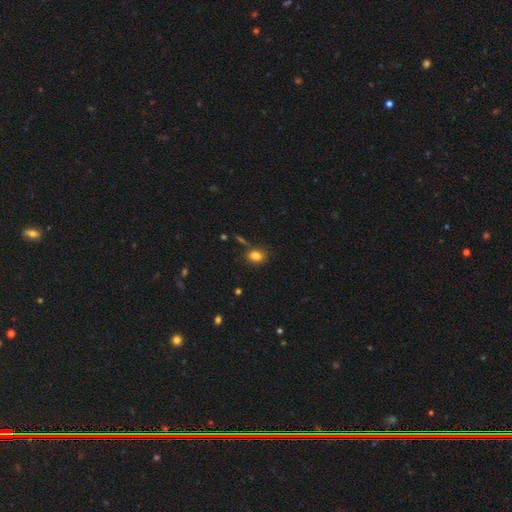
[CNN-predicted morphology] Smooth or featured? smooth (82%)
How rounded? in between (57%)
Merging? none (75%)